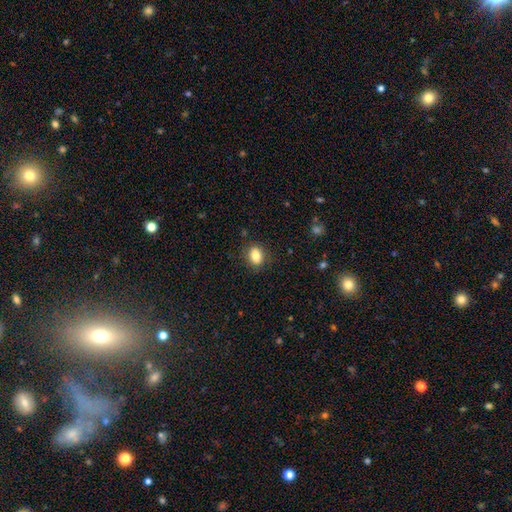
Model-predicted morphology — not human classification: Smooth or featured? smooth (83%)
How rounded? in between (65%)
Merging? none (85%)